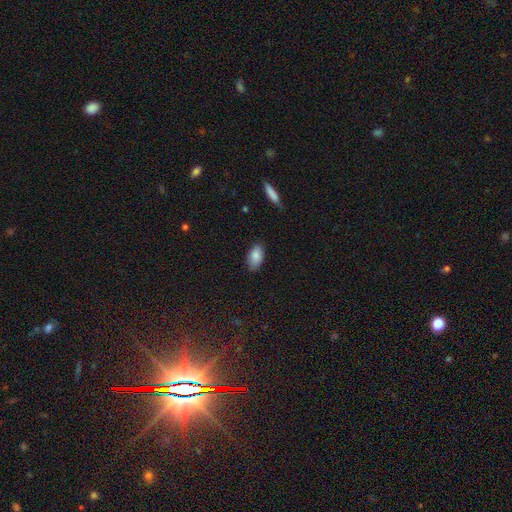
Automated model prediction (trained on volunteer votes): This is clearly a smooth galaxy (86%). How rounded: clearly in between (93%). Merging: clearly none (81%).